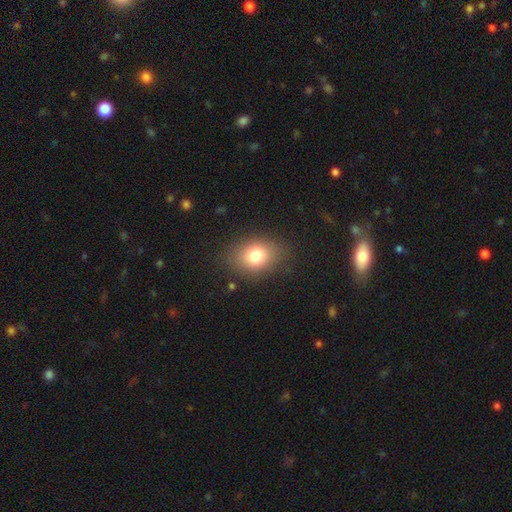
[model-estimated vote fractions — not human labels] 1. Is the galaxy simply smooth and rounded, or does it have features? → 78% smooth, 12% star or artifact, 11% featured or disk.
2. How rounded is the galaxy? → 59% in between, 40% round, 1% cigar-shaped.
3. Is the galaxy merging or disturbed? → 83% none, 11% minor disturbance, 4% major disturbance, 1% merger.